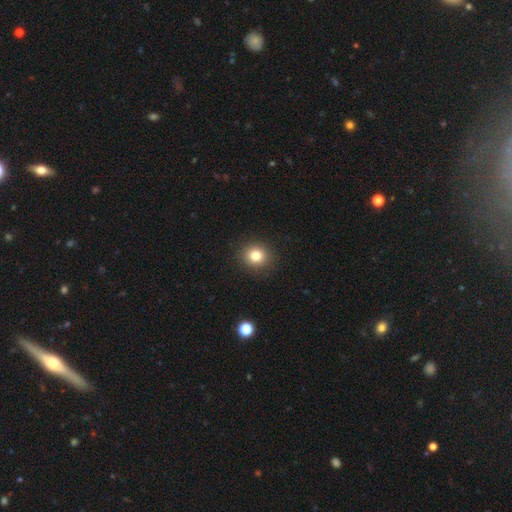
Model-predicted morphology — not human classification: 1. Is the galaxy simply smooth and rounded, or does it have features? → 80% smooth, 12% star or artifact, 8% featured or disk.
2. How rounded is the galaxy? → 83% round, 16% in between, 1% cigar-shaped.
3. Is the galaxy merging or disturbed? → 90% none, 6% minor disturbance, 2% major disturbance, 1% merger.